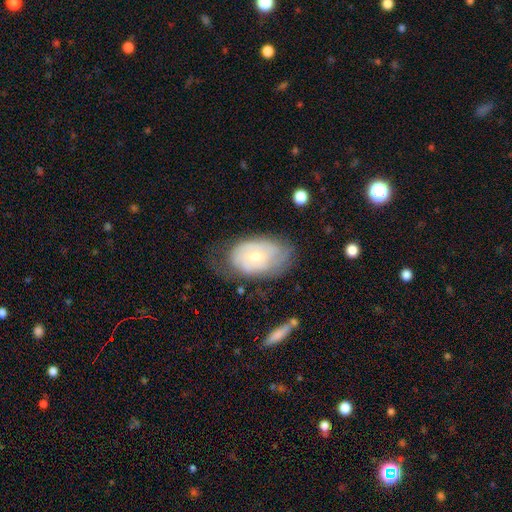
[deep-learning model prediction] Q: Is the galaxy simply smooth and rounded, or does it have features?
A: featured or disk — 58%.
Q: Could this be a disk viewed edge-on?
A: no — 94%.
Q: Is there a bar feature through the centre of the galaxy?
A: no — 70%.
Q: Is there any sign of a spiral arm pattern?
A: yes — 73%.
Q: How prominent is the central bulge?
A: moderate — 49%.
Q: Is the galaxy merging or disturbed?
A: none — 52%.